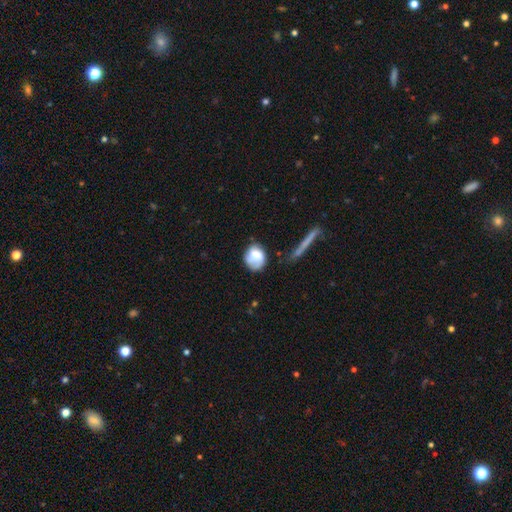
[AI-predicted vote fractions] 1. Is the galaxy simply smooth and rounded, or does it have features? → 66% smooth, 27% featured or disk, 8% star or artifact.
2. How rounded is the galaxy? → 57% round, 41% in between, 2% cigar-shaped.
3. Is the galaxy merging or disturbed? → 46% none, 30% minor disturbance, 16% major disturbance, 7% merger.